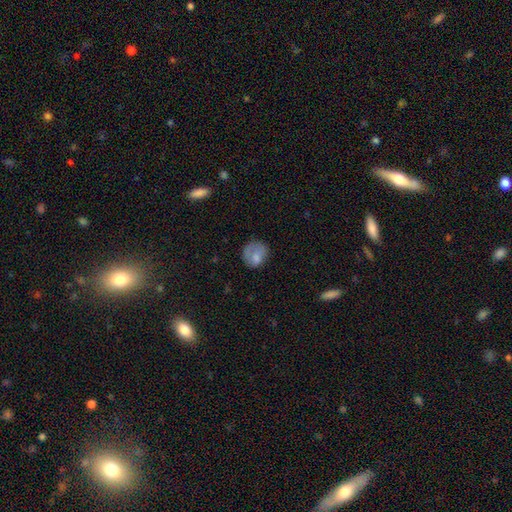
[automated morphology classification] type=smooth (73%); roundness=round (70%); merging=none (50%).